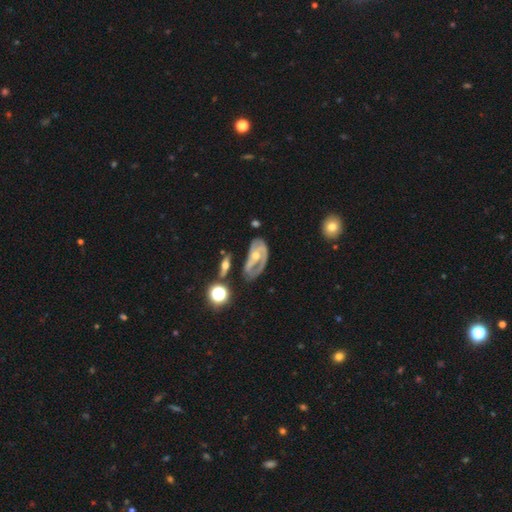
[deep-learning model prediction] The model was most divided on "spiral arm count": 2: 37%, 1: 29%, can't tell: 25%, 3: 5%, 4: 2%, more than 4: 2%. Remaining: edge-on disk — no (94%); smooth or featured — featured or disk (77%); spiral arms — yes (75%); bar — no (63%); bulge size — moderate (54%); spiral winding — tight (51%); merging — none (47%).